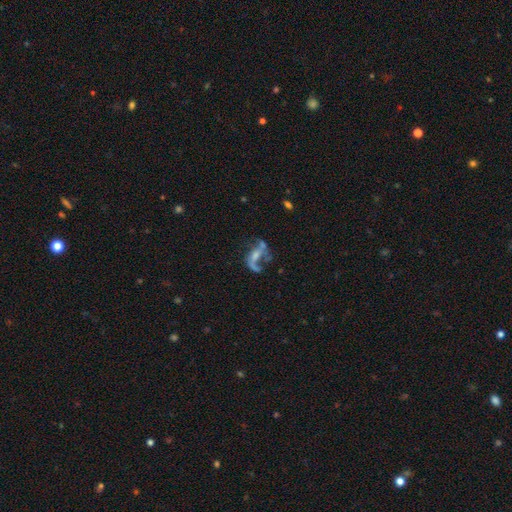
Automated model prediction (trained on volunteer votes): Smooth or featured? Predicted: featured or disk (p=0.69). Edge-on disk? Predicted: no (p=0.96). Bar? Predicted: no (p=0.58). Spiral arms? Predicted: yes (p=0.64). Bulge size? Predicted: none (p=0.31). Merging? Predicted: major disturbance (p=0.37).